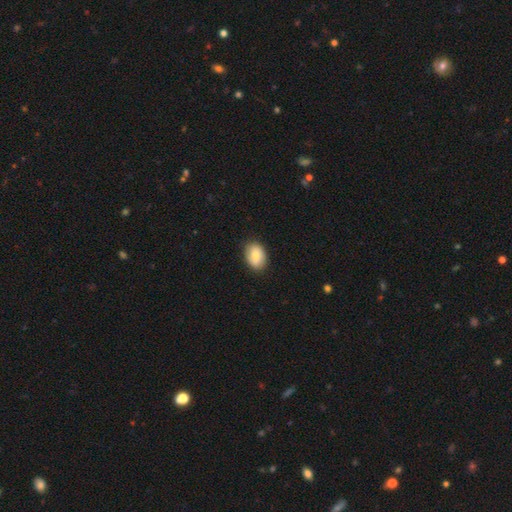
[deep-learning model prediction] Q: Smooth or featured?
A: smooth (81%); runner-up: featured or disk (12%)
Q: How rounded?
A: in between (81%); runner-up: round (18%)
Q: Merging?
A: none (85%); runner-up: minor disturbance (12%)